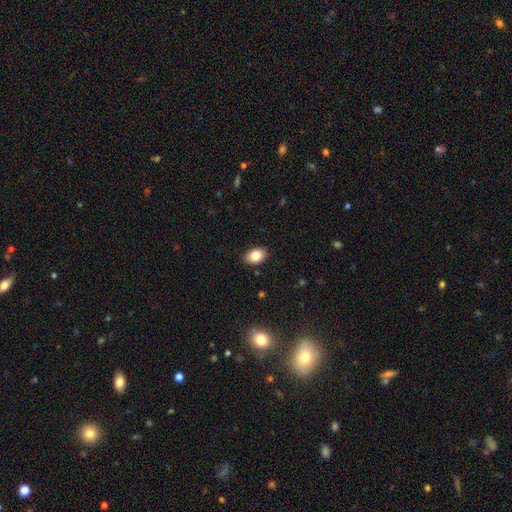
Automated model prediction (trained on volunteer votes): Smooth or featured? Predicted: smooth (p=0.81). How rounded? Predicted: in between (p=0.84). Merging? Predicted: none (p=0.89).